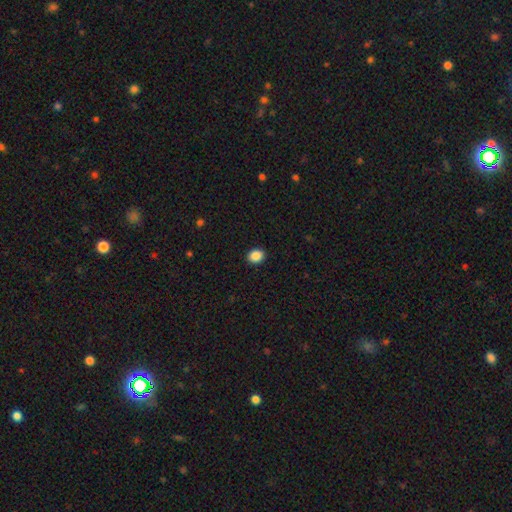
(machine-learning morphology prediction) smooth-or-featured: smooth: 88% | star or artifact: 9% | featured or disk: 3%
  how-rounded: round: 58% | in between: 41% | cigar-shaped: 1%
  merging: none: 92% | minor disturbance: 5% | major disturbance: 2% | merger: 1%